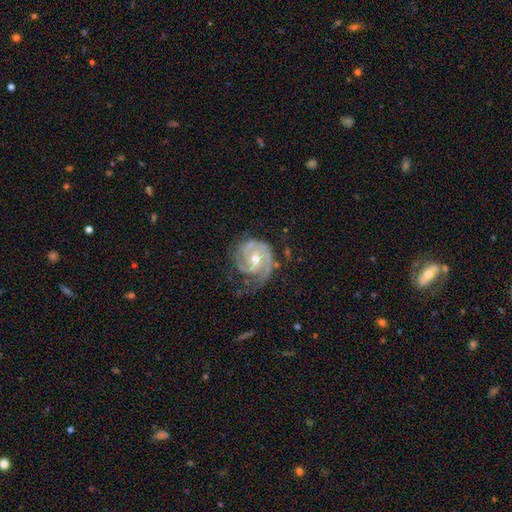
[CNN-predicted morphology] A featured or disk galaxy (91%) with no bar (52%), 2 (45%) tight (64%) spiral arms (98%) and a moderate central bulge (55%). Merging: none (61%).